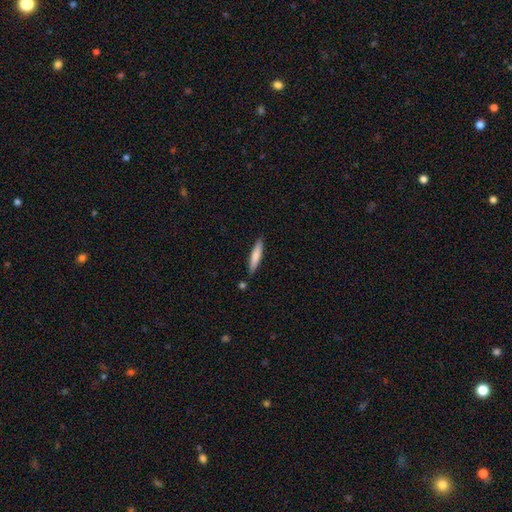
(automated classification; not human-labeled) Overall: smooth (77%). How rounded: cigar-shaped (87%). Merging: none (84%).